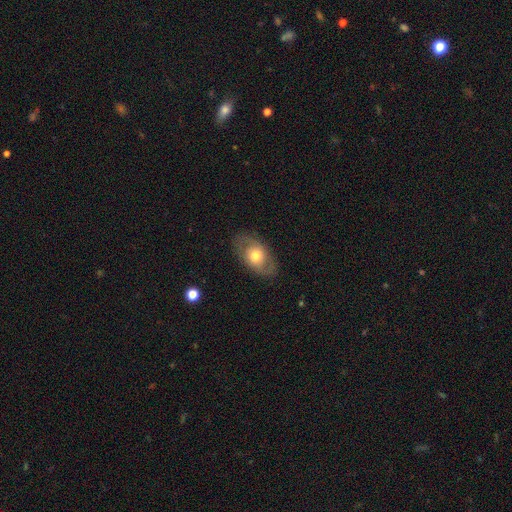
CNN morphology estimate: This is possibly a smooth galaxy (51%). How rounded: clearly in between (81%). Merging: likely none (80%).